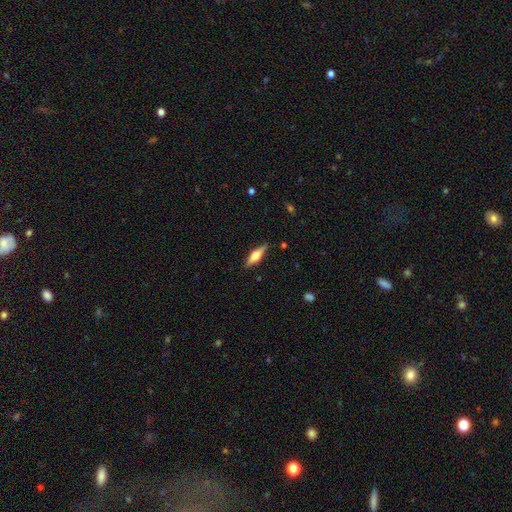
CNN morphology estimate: This appears to be a featured or disk galaxy (59%) viewed edge-on (95%) with a rounded central bulge (90%). Merging: none (87%).